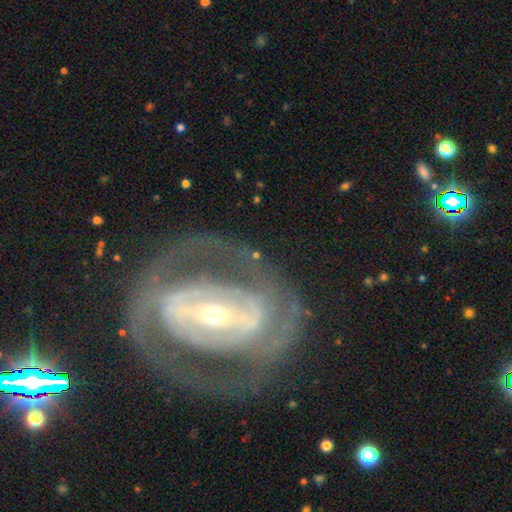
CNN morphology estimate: Overall: featured or disk (80%). Edge-on disk: no (94%). Bar: strong (44%; weak 30%). Spiral arms: yes (79%). Spiral arm count: 2 (50%; can't tell 25%). Spiral winding: tight (49%; medium 36%). Bulge size: small (57%; moderate 37%). Merging: none (63%).